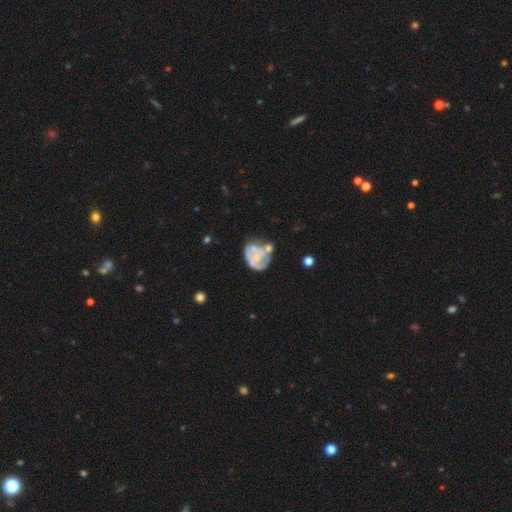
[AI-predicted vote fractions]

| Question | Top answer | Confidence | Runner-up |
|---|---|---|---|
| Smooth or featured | featured or disk | 67% | smooth (25%) |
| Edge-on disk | no | 98% | yes (2%) |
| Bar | no | 83% | weak (14%) |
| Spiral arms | yes | 51% | no (49%) |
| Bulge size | none | 40% | small (38%) |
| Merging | none | 37% | minor disturbance (24%) |